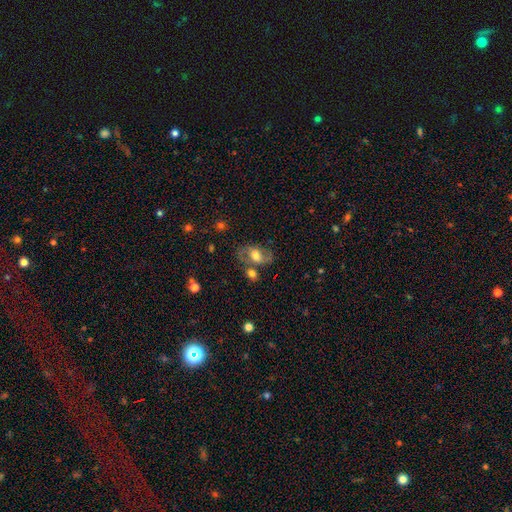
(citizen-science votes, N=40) Q: Smooth or featured?
A: featured or disk (72%); runner-up: smooth (22%)
Q: Edge-on disk?
A: no (97%); runner-up: yes (3%)
Q: Bar?
A: no (39%); runner-up: weak (36%)
Q: Spiral arms?
A: yes (71%); runner-up: no (29%)
Q: Spiral winding?
A: medium (55%); runner-up: loose (25%)
Q: Spiral arm count?
A: 2 (85%); runner-up: 1 (5%)
Q: Bulge size?
A: moderate (46%); runner-up: large (32%)
Q: Merging?
A: none (82%); runner-up: minor disturbance (11%)